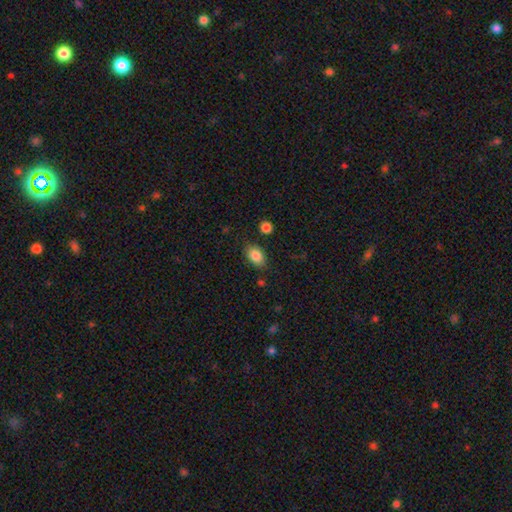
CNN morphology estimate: Smooth or featured? Predicted: smooth (p=0.86). How rounded? Predicted: in between (p=0.86). Merging? Predicted: none (p=0.81).